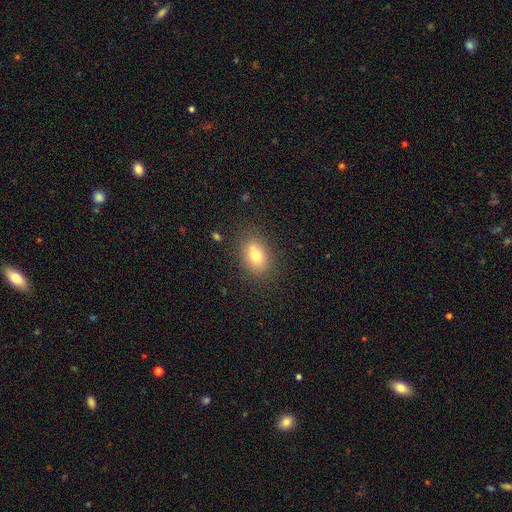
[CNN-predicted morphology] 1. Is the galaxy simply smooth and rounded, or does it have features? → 76% smooth, 13% featured or disk, 11% star or artifact.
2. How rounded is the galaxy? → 74% in between, 24% round, 2% cigar-shaped.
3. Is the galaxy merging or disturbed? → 76% none, 14% minor disturbance, 6% merger, 4% major disturbance.